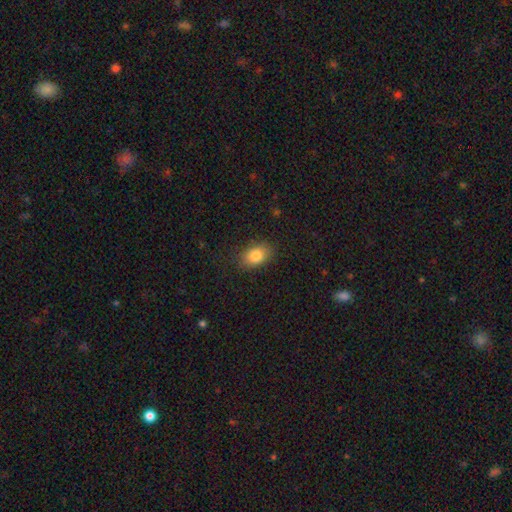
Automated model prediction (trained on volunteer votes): A smooth galaxy with no disk features (84%) that is in between round and cigar-shaped (80%).

Vote fractions:
- Smooth or featured? smooth: 84% / star or artifact: 9% / featured or disk: 7%
- How rounded? in between: 80% / round: 19% / cigar-shaped: 1%
- Merging? none: 84% / minor disturbance: 12% / major disturbance: 3% / merger: 1%